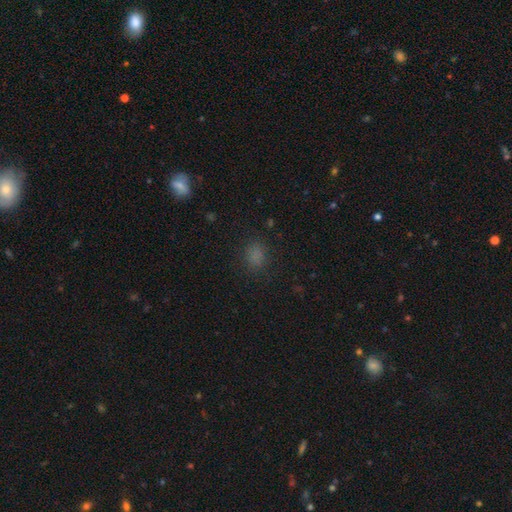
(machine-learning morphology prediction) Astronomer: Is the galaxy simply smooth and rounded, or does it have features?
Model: smooth — 78%.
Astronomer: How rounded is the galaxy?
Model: in between — 53% (runner-up: round, 45%).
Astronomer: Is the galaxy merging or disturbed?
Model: none — 82%.